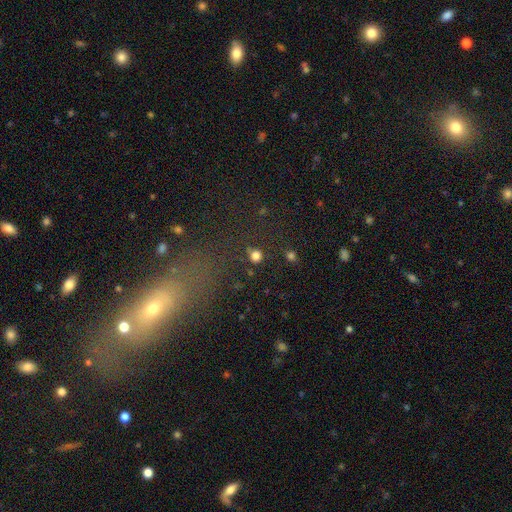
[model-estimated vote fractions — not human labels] Smooth or featured? smooth (81%)
How rounded? round (87%)
Merging? none (83%)